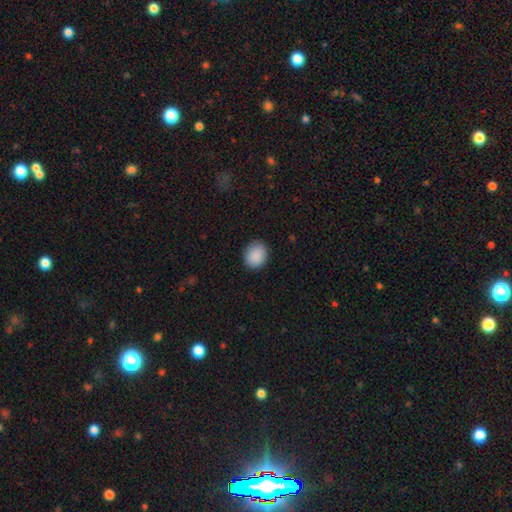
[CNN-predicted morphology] smooth_or_featured: smooth (p=0.89) [alt: star or artifact p=0.08]
how_rounded: round (p=0.60) [alt: in between p=0.39]
merging: none (p=0.85) [alt: minor disturbance p=0.11]